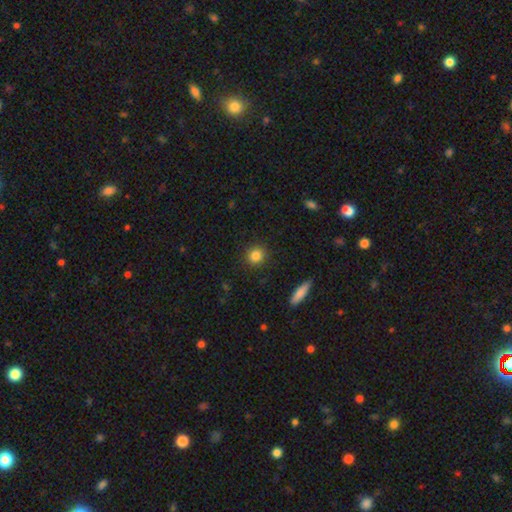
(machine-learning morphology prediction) smooth-or-featured: smooth: 84% | star or artifact: 10% | featured or disk: 6%
  how-rounded: round: 88% | in between: 11% | cigar-shaped: 1%
  merging: none: 90% | minor disturbance: 7% | major disturbance: 2% | merger: 1%